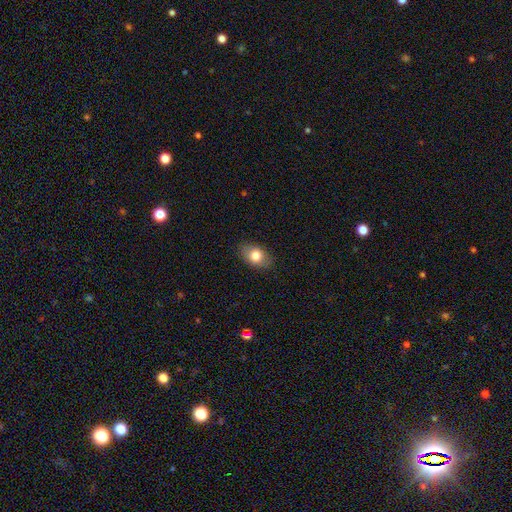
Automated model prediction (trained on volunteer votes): smooth 80%, featured or disk 12%, star or artifact 8%. Down the decision tree: how rounded — in between (80%); merging — none (85%).